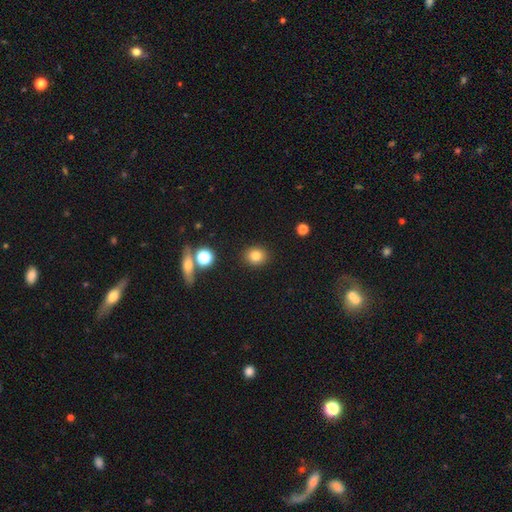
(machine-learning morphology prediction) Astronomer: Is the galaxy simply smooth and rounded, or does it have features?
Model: smooth — 80%.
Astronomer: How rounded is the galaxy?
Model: round — 77%.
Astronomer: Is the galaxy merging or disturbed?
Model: none — 89%.